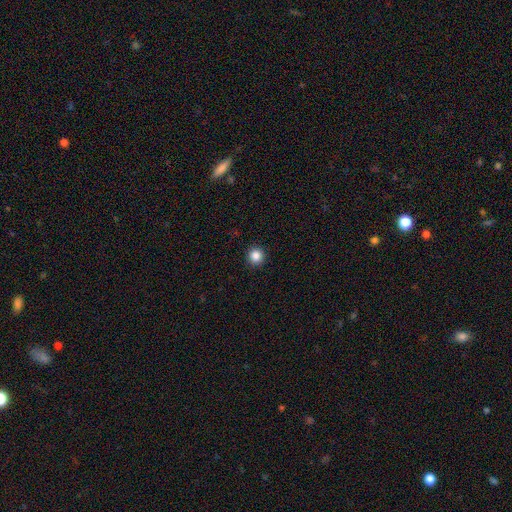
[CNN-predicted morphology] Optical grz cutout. It shows a smooth galaxy with no disk features (86%) that is round (95%). Merging: none (93%).